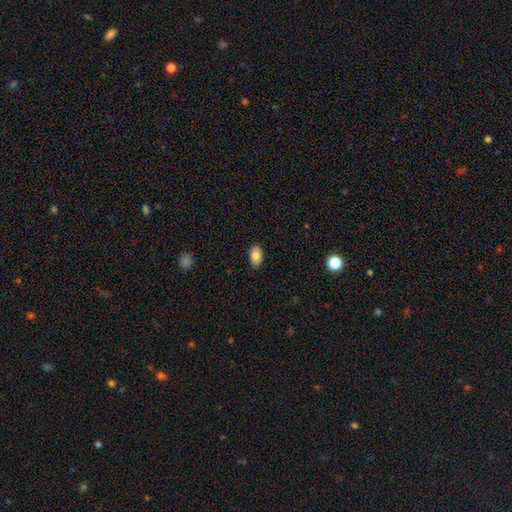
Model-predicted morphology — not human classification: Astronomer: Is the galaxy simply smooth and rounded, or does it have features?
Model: smooth — 82%.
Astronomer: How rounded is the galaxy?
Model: in between — 92%.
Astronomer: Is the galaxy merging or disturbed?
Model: none — 88%.